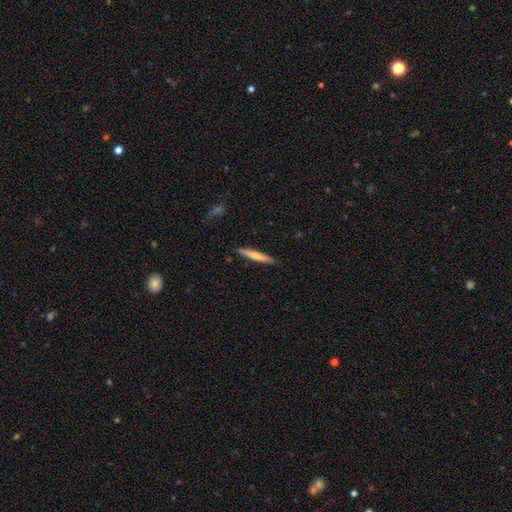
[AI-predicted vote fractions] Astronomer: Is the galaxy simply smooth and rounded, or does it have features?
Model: smooth — 68%.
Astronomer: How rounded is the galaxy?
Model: cigar-shaped — 94%.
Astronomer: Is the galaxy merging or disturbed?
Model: none — 90%.